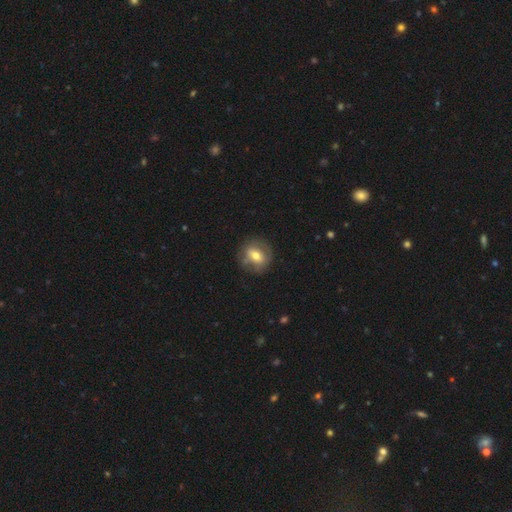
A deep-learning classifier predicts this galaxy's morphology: Smooth or featured: smooth — 51% (featured or disk — 41%)
How rounded: round — 74% (in between — 25%)
Merging: none — 77% (minor disturbance — 15%)